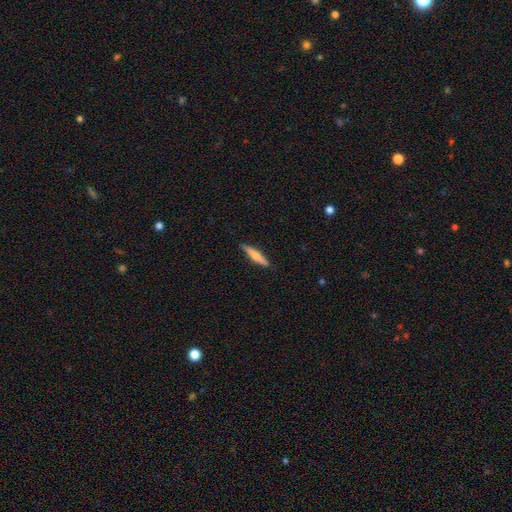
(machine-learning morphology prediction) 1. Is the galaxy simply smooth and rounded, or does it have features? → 64% smooth, 30% featured or disk, 6% star or artifact.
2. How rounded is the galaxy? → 89% cigar-shaped, 10% in between, 1% round.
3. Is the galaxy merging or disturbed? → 87% none, 10% minor disturbance, 2% major disturbance, 1% merger.